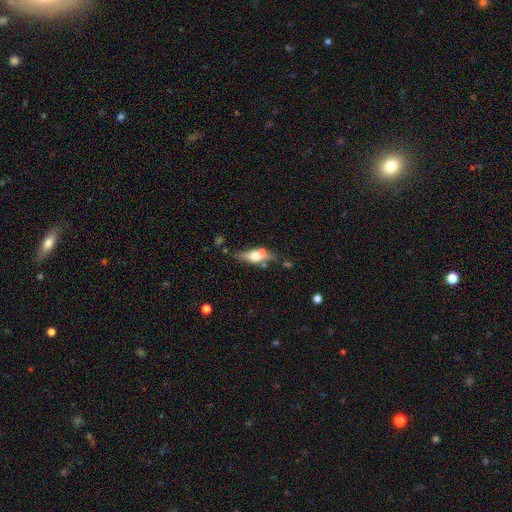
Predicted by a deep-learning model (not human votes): A featured or disk galaxy (50%) viewed edge-on (83%).

Vote fractions:
- Smooth or featured? featured or disk: 50% / smooth: 42% / star or artifact: 7%
- Edge-on disk? yes: 83% / no: 17%
- Merging? none: 66% / minor disturbance: 18% / merger: 11% / major disturbance: 6%